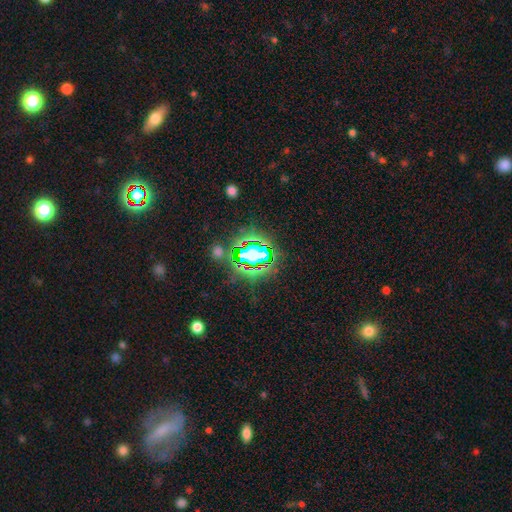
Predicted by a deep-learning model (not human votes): Morphology: type=star or artifact (78%).